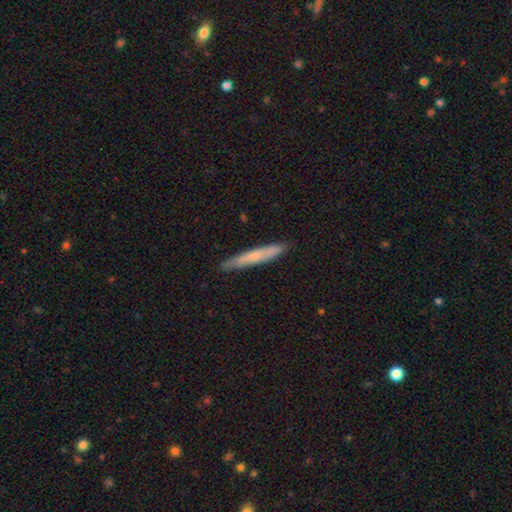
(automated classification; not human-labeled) Smooth or featured? Predicted: smooth (p=0.59). How rounded? Predicted: cigar-shaped (p=0.94). Merging? Predicted: none (p=0.88).